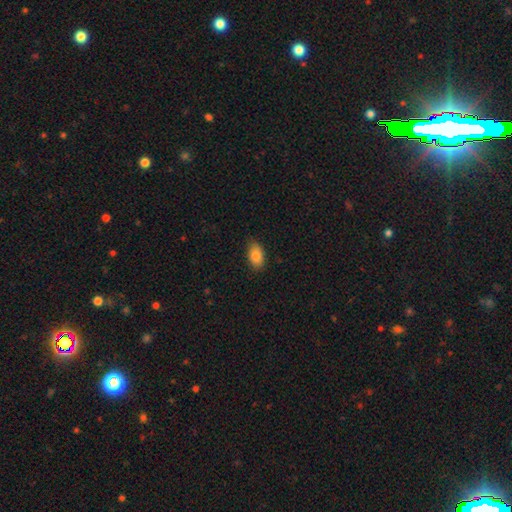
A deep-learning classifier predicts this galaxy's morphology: Smooth or featured? Predicted: smooth (p=0.86). How rounded? Predicted: in between (p=0.92). Merging? Predicted: none (p=0.84).